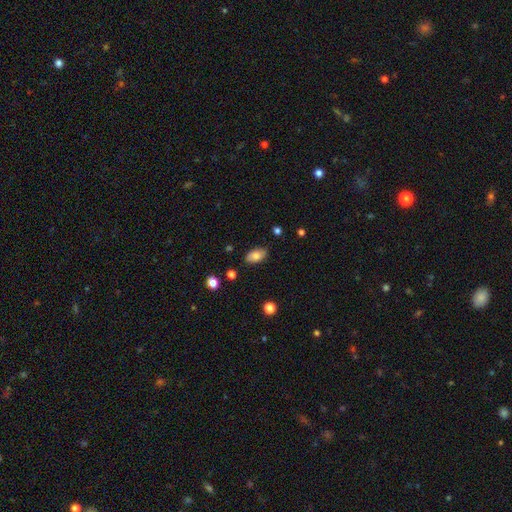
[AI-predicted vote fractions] smooth_or_featured: smooth (p=0.79) [alt: featured or disk p=0.13]
how_rounded: in between (p=0.92) [alt: round p=0.05]
merging: none (p=0.84) [alt: minor disturbance p=0.12]